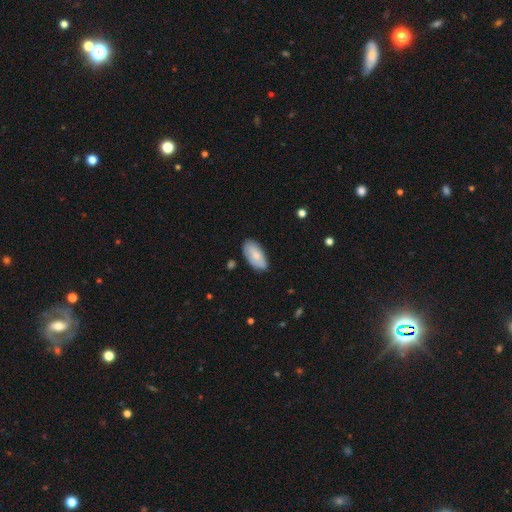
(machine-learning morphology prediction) This is likely a smooth galaxy (77%). How rounded: clearly in between (93%). Merging: likely none (79%).